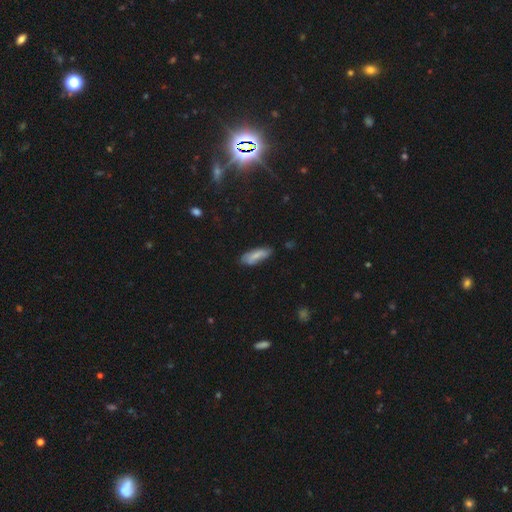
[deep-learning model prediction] This appears to be a smooth galaxy with no disk features (72%) that is in between round and cigar-shaped (66%). Merging: none (68%).